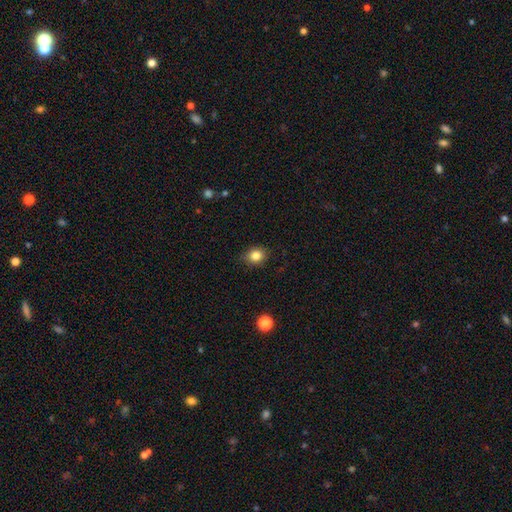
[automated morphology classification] smooth_or_featured: smooth (p=0.82) [alt: star or artifact p=0.11]
how_rounded: round (p=0.59) [alt: in between p=0.40]
merging: none (p=0.84) [alt: minor disturbance p=0.13]